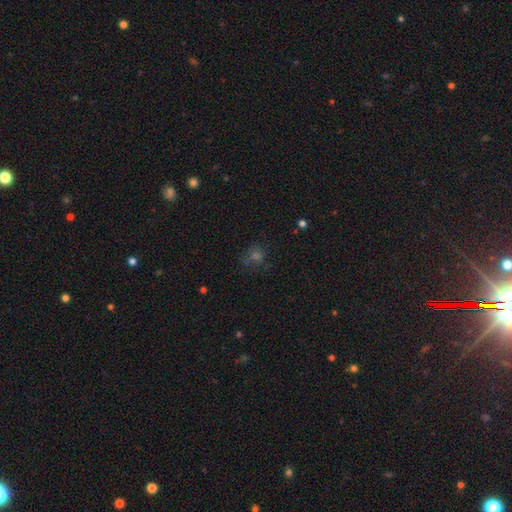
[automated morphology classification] Smooth or featured: smooth — 45% (star or artifact — 36%)
Merging: none — 69% (minor disturbance — 17%)